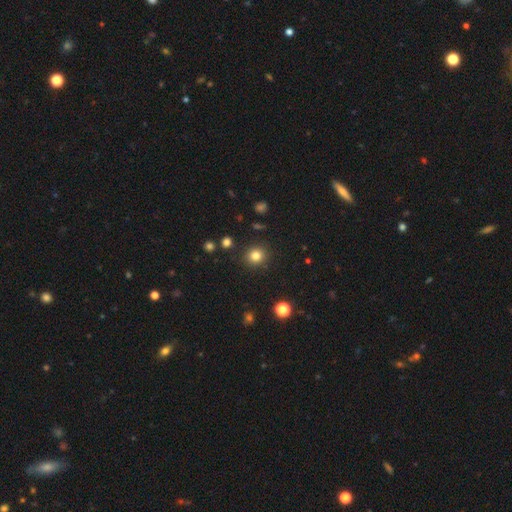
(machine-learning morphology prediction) Q: Smooth or featured?
A: smooth (82%); runner-up: star or artifact (12%)
Q: How rounded?
A: round (87%); runner-up: in between (12%)
Q: Merging?
A: none (90%); runner-up: minor disturbance (6%)